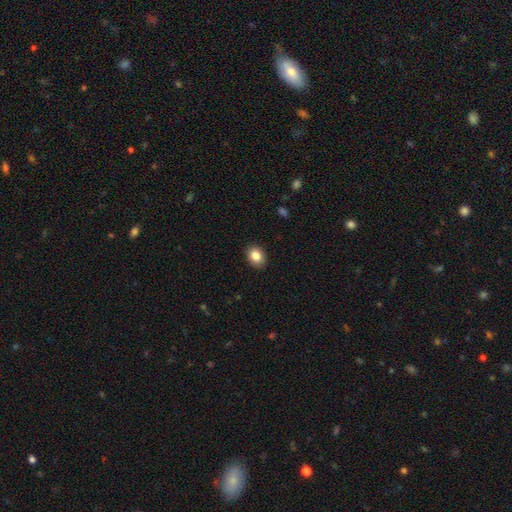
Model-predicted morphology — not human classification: smooth 85%, star or artifact 9%, featured or disk 6%. Down the decision tree: how rounded — in between (56%); merging — none (90%).